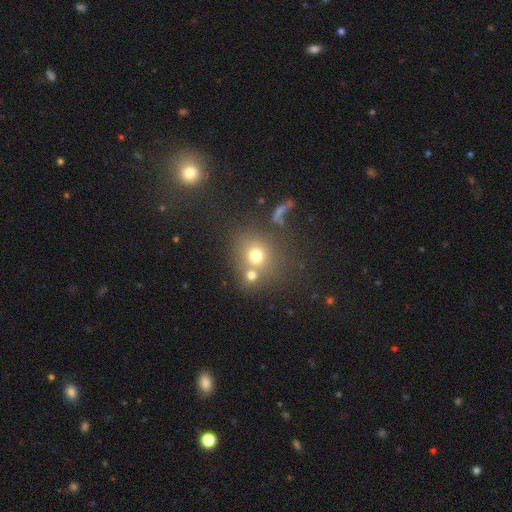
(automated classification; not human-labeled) Smooth or featured: smooth — 69% (star or artifact — 16%)
How rounded: round — 80% (in between — 19%)
Merging: none — 52% (merger — 32%)